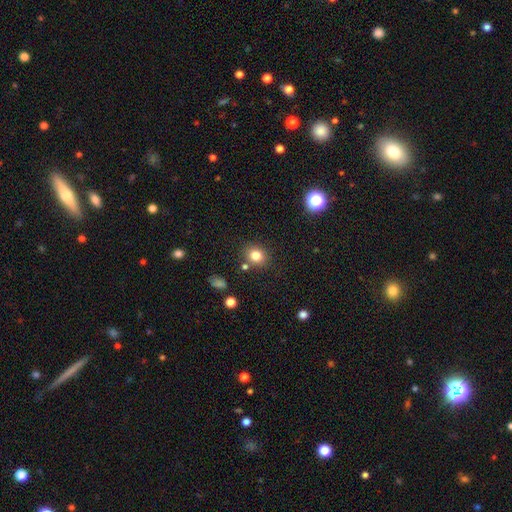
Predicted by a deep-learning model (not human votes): Smooth or featured? smooth (80%)
How rounded? round (71%)
Merging? none (80%)